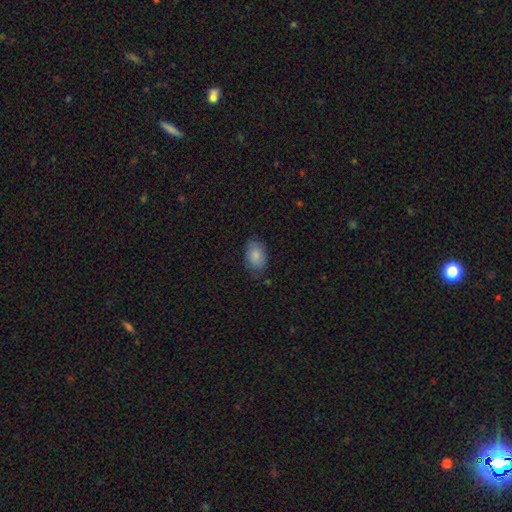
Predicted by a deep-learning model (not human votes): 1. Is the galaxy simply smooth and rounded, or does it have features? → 84% smooth, 9% featured or disk, 7% star or artifact.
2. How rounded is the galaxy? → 89% in between, 10% round, 1% cigar-shaped.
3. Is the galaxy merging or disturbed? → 74% none, 20% minor disturbance, 4% major disturbance, 1% merger.